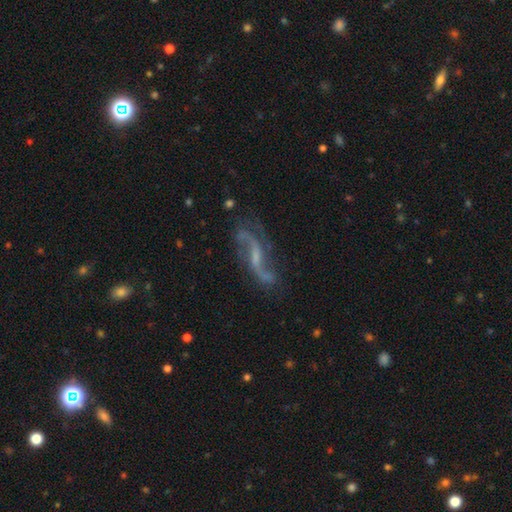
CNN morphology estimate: smooth_or_featured: featured or disk (p=0.86) [alt: star or artifact p=0.07]
disk_edge_on: no (p=0.91) [alt: yes p=0.09]
bar: weak (p=0.47) [alt: no p=0.31]
has_spiral_arms: yes (p=0.95) [alt: no p=0.05]
spiral_winding: loose (p=0.81) [alt: medium p=0.15]
spiral_arm_count: 2 (p=0.90) [alt: can't tell p=0.03]
bulge_size: small (p=0.41) [alt: none p=0.38]
merging: none (p=0.67) [alt: minor disturbance p=0.18]